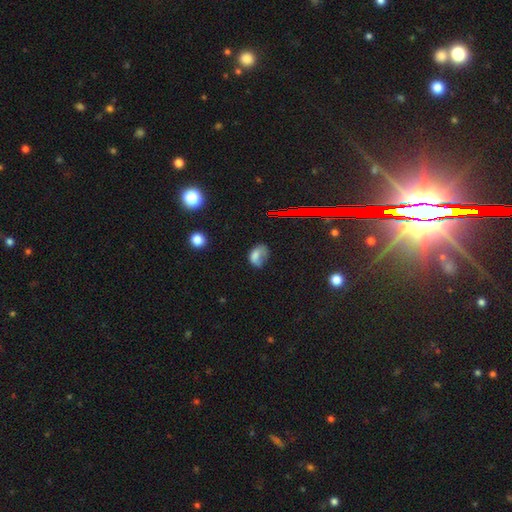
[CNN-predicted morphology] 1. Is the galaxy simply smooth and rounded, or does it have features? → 65% smooth, 19% featured or disk, 15% star or artifact.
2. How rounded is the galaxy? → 78% in between, 20% round, 2% cigar-shaped.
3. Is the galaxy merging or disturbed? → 34% minor disturbance, 32% none, 30% major disturbance, 4% merger.